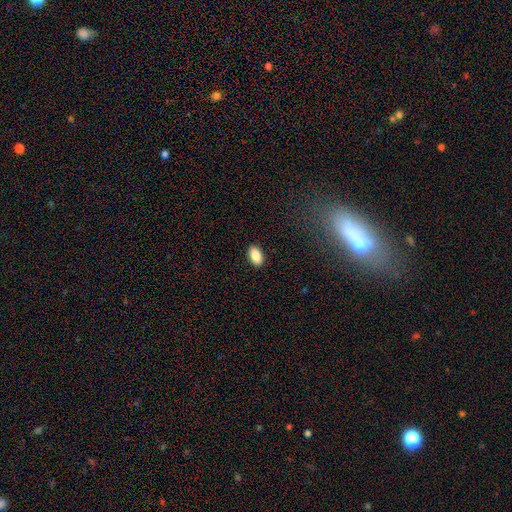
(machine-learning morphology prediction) smooth-or-featured: smooth: 88% | star or artifact: 7% | featured or disk: 5%
  how-rounded: in between: 93% | round: 4% | cigar-shaped: 2%
  merging: none: 90% | minor disturbance: 7% | major disturbance: 2% | merger: 1%